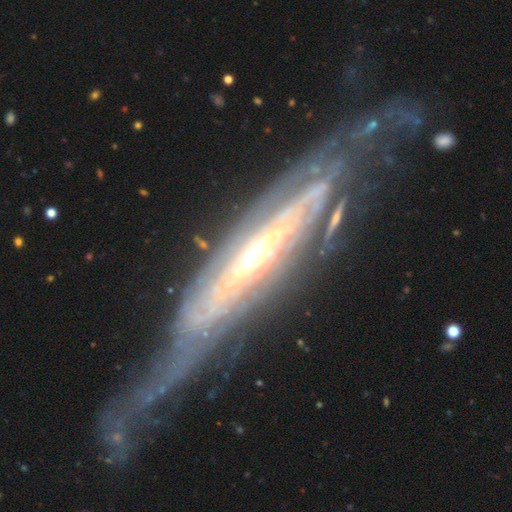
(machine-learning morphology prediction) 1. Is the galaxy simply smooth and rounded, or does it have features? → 89% featured or disk, 6% smooth, 5% star or artifact.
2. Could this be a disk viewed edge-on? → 60% no, 40% yes.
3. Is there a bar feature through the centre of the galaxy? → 48% no, 26% strong, 26% weak.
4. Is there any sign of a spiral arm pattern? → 87% yes, 13% no.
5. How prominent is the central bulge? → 48% moderate, 43% small, 6% large, 2% dominant, 1% none.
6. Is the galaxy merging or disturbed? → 57% none, 20% minor disturbance, 20% major disturbance, 3% merger.